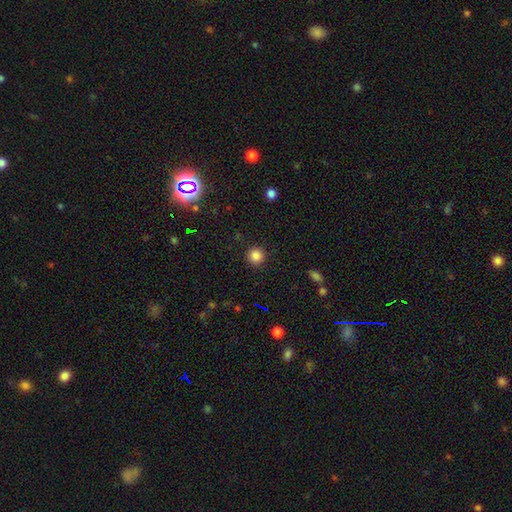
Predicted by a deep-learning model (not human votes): Q: Smooth or featured?
A: smooth (85%); runner-up: star or artifact (11%)
Q: How rounded?
A: round (94%); runner-up: in between (5%)
Q: Merging?
A: none (91%); runner-up: minor disturbance (5%)